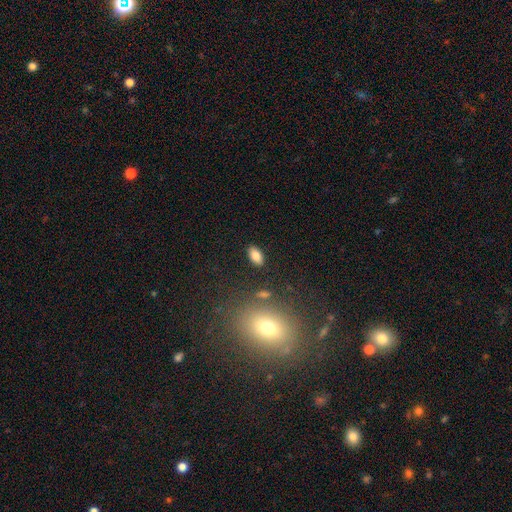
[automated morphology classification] smooth_or_featured: smooth (p=0.82) [alt: star or artifact p=0.09]
how_rounded: in between (p=0.92) [alt: cigar-shaped p=0.04]
merging: none (p=0.86) [alt: minor disturbance p=0.09]